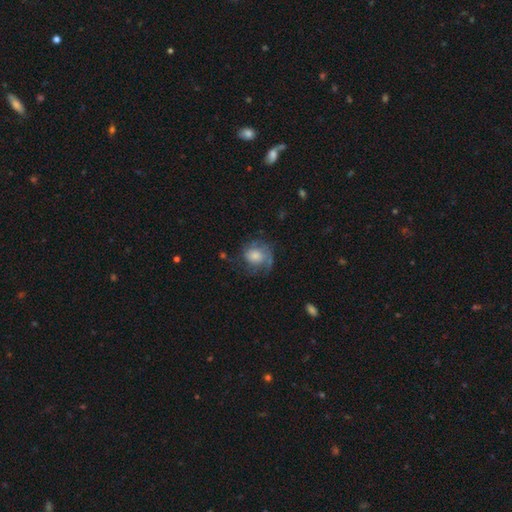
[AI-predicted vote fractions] Overall: featured or disk (50%; smooth 42%). Edge-on disk: no (97%). Merging: none (52%; minor disturbance 23%).